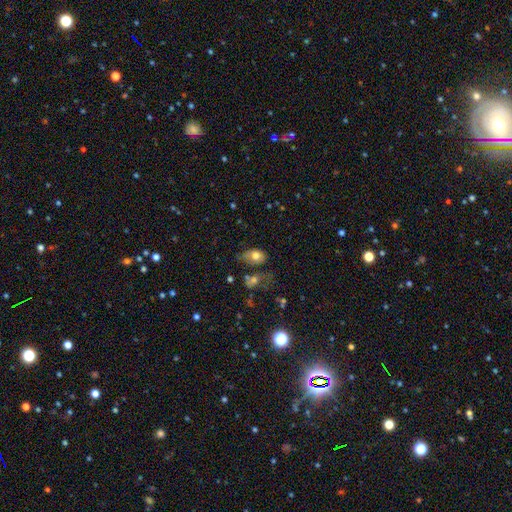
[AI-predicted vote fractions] Smooth or featured? Predicted: smooth (p=0.73). How rounded? Predicted: in between (p=0.83). Merging? Predicted: none (p=0.41).